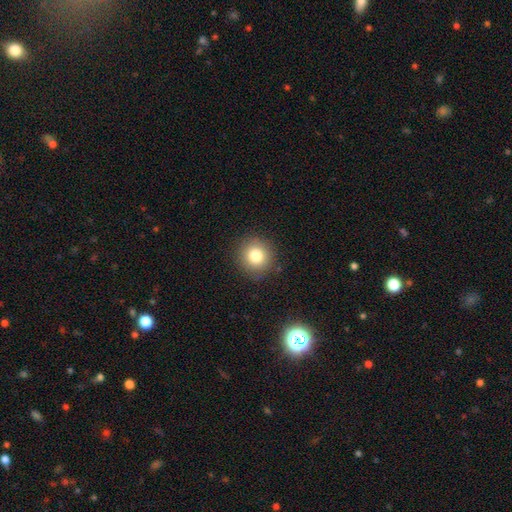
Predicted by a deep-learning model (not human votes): Smooth or featured?
  - smooth: 80% *
  - star or artifact: 11%
  - featured or disk: 9%
How rounded?
  - round: 92% *
  - in between: 7%
  - cigar-shaped: 1%
Merging?
  - none: 89% *
  - minor disturbance: 7%
  - major disturbance: 2%
  - merger: 1%